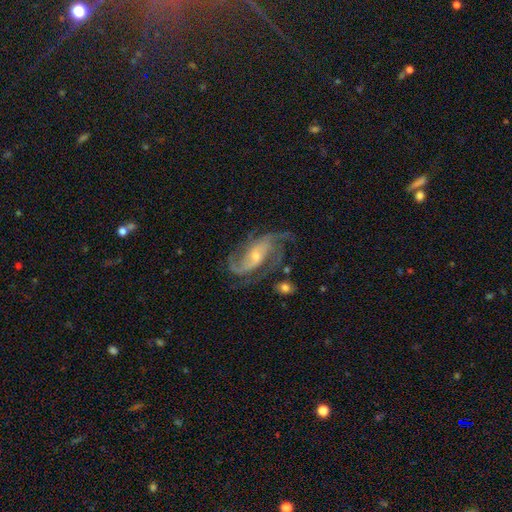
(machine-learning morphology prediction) featured or disk 89%, star or artifact 6%, smooth 5%. Down the decision tree: edge-on disk — no (96%); bar — no (47%); spiral arms — yes (97%); spiral arm count — 2 (36%); spiral winding — medium (50%); bulge size — small (56%); merging — none (61%).